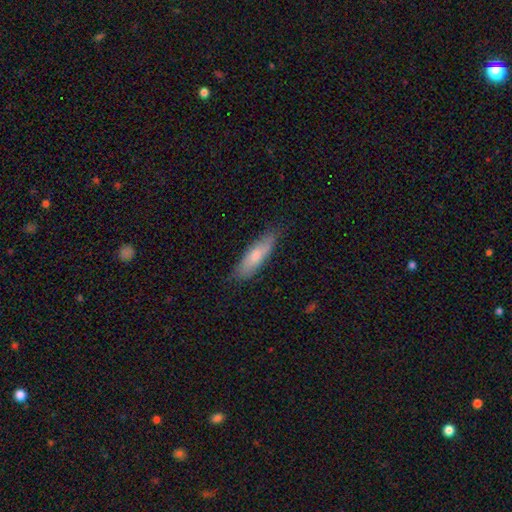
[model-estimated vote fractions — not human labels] smooth 72%, featured or disk 22%, star or artifact 6%. Down the decision tree: how rounded — cigar-shaped (60%); merging — none (77%).